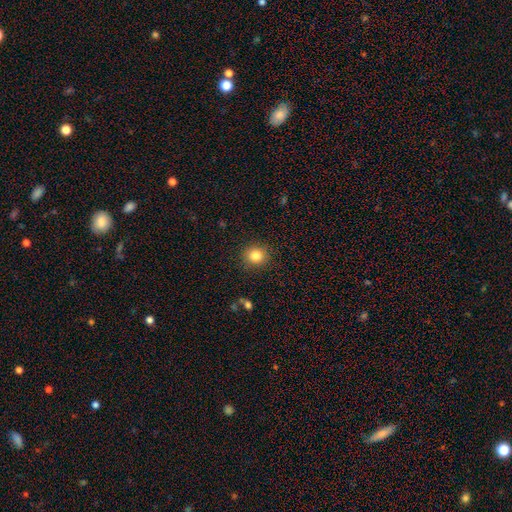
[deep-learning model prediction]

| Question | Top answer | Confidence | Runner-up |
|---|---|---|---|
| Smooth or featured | smooth | 83% | star or artifact (11%) |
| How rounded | round | 86% | in between (13%) |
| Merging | none | 89% | minor disturbance (7%) |